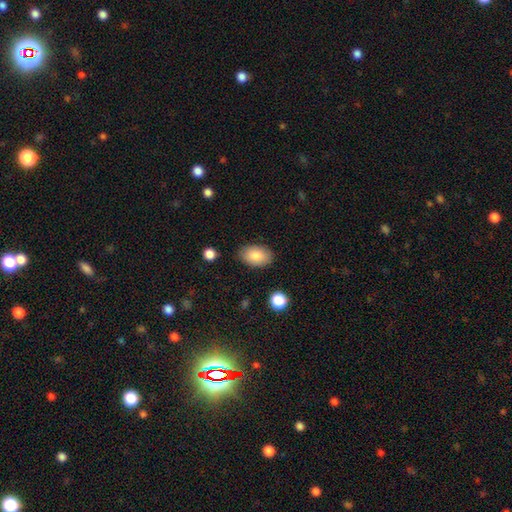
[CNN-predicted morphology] This is clearly a smooth galaxy (86%). How rounded: clearly in between (90%). Merging: clearly none (83%).